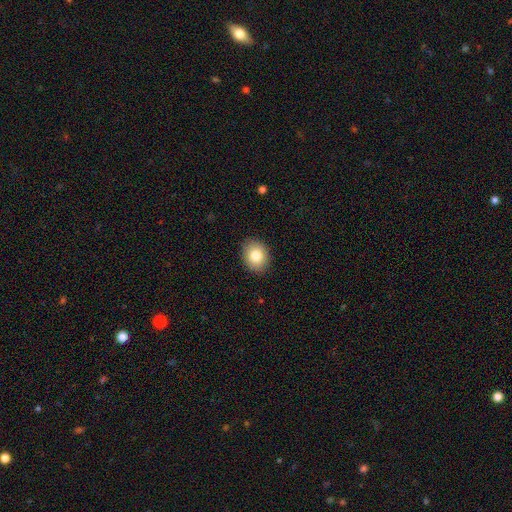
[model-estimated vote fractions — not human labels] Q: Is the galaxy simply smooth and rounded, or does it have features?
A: smooth — 81%.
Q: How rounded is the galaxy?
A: round — 60%.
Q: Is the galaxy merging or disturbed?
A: none — 90%.